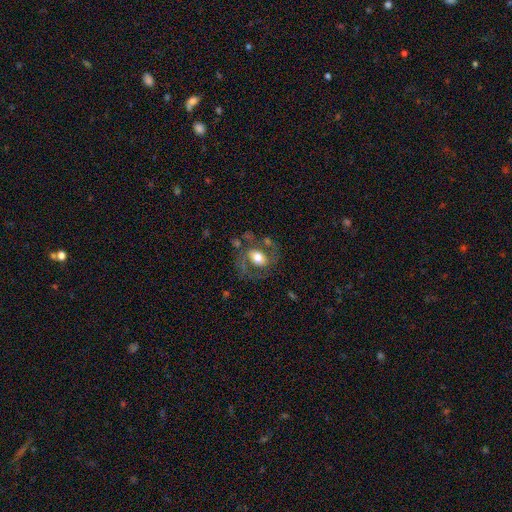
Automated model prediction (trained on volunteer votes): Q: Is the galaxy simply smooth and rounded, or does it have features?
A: featured or disk — 53%.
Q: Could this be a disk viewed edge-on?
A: no — 94%.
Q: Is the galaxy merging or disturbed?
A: none — 59%.